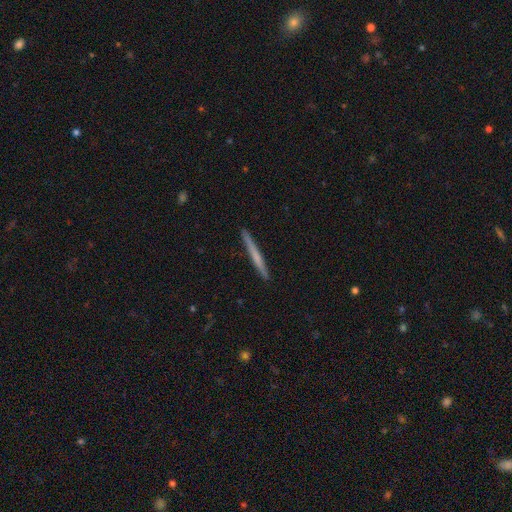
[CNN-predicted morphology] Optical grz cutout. It shows a smooth galaxy with no disk features (52%) that is cigar-shaped (97%). Merging: none (92%).